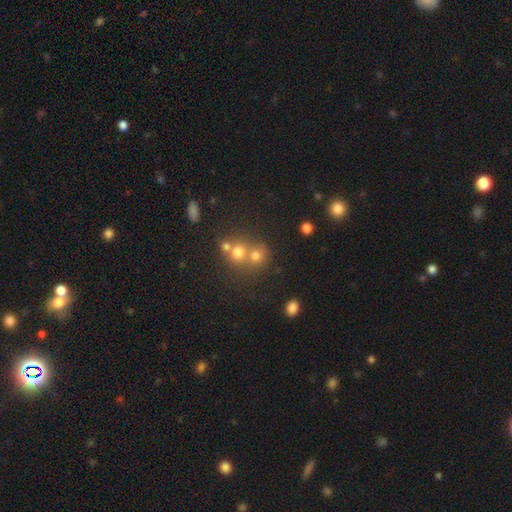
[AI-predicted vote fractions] This is likely a smooth galaxy (70%). How rounded: clearly round (81%). Merging: possibly merger (46%).